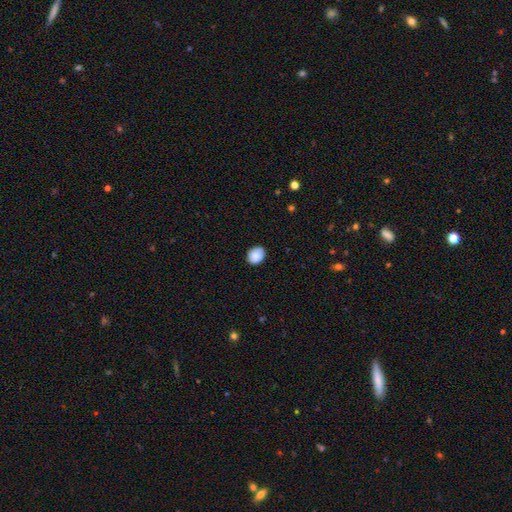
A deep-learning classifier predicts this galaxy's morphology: A smooth galaxy with no disk features (86%) that is round (55%). Merging: none (81%).